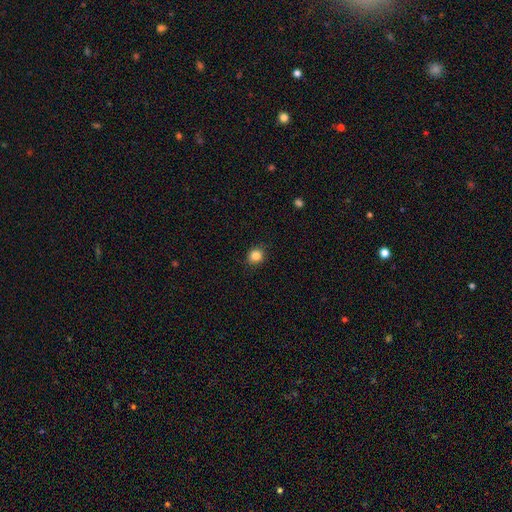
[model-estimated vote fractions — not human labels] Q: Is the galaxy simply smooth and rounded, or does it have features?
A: smooth — 85%.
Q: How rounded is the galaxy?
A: round — 81%.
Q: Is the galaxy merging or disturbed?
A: none — 89%.